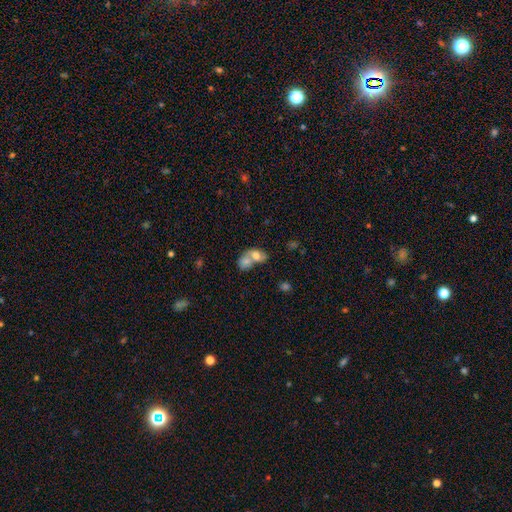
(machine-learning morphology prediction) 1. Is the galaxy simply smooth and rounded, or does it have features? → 71% smooth, 21% featured or disk, 9% star or artifact.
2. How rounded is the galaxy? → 70% in between, 29% round, 2% cigar-shaped.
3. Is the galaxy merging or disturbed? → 76% merger, 14% none, 6% minor disturbance, 4% major disturbance.